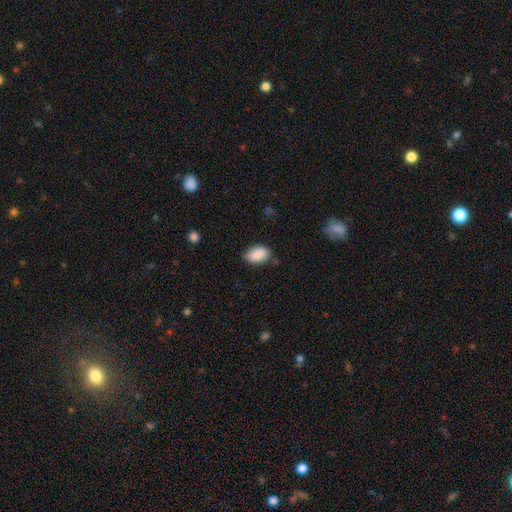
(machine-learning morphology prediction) smooth-or-featured: smooth: 89% | star or artifact: 7% | featured or disk: 4%
  how-rounded: in between: 90% | round: 9% | cigar-shaped: 1%
  merging: none: 77% | minor disturbance: 17% | major disturbance: 3% | merger: 2%